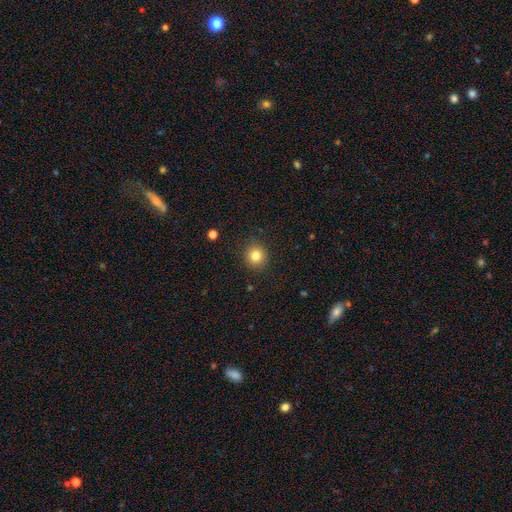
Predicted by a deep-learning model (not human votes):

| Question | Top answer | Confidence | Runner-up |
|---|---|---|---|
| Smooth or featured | smooth | 82% | star or artifact (11%) |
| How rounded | round | 88% | in between (11%) |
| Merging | none | 89% | minor disturbance (8%) |